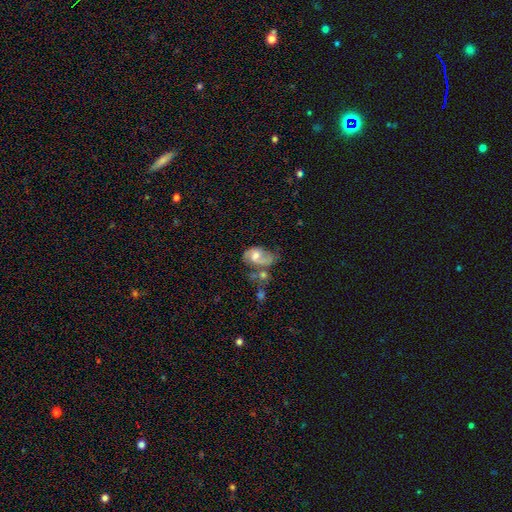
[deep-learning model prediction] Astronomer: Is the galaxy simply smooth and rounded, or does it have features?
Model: featured or disk — 62%.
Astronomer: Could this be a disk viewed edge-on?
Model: no — 97%.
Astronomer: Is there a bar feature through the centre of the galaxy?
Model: no — 52% (runner-up: weak, 39%).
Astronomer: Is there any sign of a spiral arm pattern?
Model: yes — 83%.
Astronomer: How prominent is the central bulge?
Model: moderate — 59%.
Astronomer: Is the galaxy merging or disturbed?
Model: none — 32% (runner-up: merger, 23%).